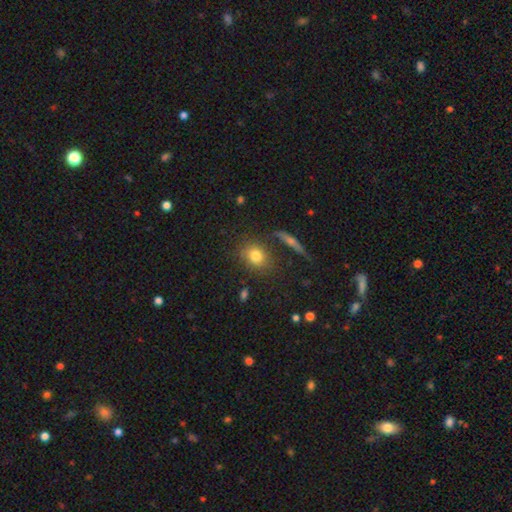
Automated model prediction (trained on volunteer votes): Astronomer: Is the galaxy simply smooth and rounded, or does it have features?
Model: smooth — 78%.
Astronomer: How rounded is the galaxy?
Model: round — 58% (runner-up: in between, 39%).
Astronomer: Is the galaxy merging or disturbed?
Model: none — 77%.